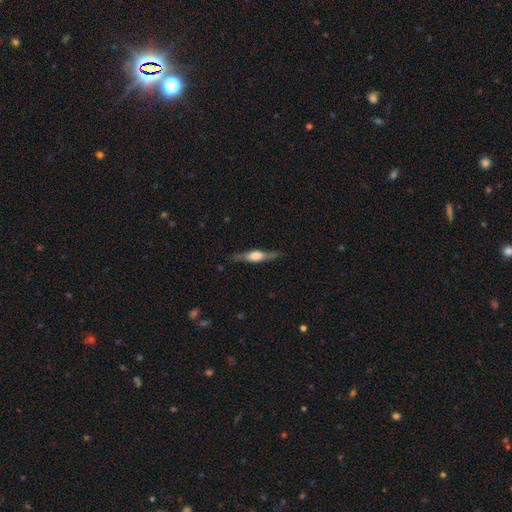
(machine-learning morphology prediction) Smooth or featured? featured or disk (65%)
Edge-on disk? yes (95%)
Edge-on bulge? rounded (76%)
Merging? none (84%)